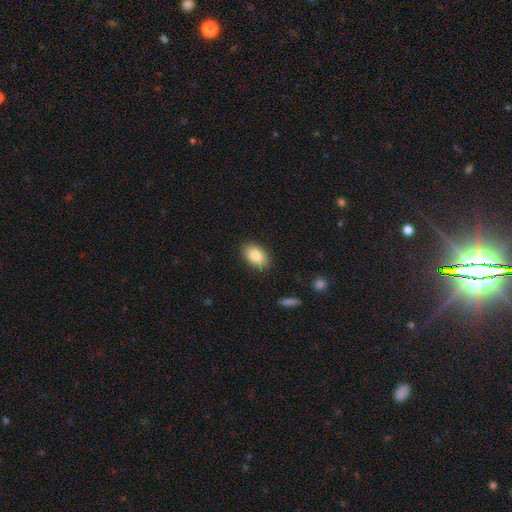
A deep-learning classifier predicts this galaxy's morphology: Smooth or featured? Predicted: smooth (p=0.85). How rounded? Predicted: in between (p=0.89). Merging? Predicted: none (p=0.87).